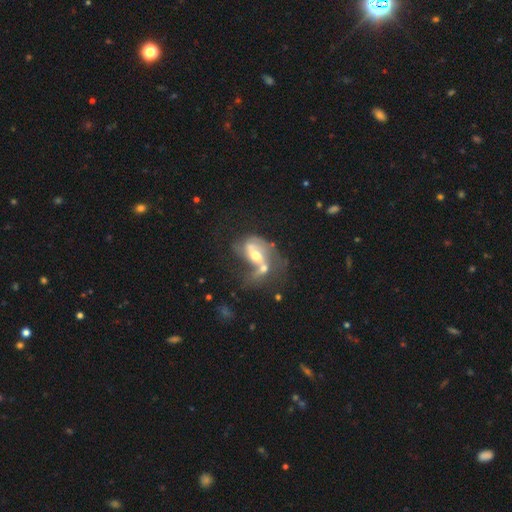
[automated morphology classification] A featured or disk galaxy (67%) with no bar (44%), spiral arms (66%) and a moderate central bulge (66%). Merging: merger (56%).